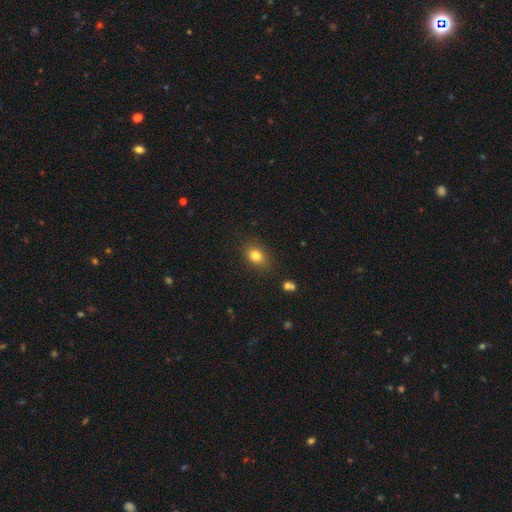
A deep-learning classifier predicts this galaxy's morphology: Smooth or featured?
  - smooth: 81% *
  - star or artifact: 11%
  - featured or disk: 8%
How rounded?
  - in between: 63% *
  - round: 36%
  - cigar-shaped: 1%
Merging?
  - none: 84% *
  - minor disturbance: 12%
  - major disturbance: 3%
  - merger: 2%